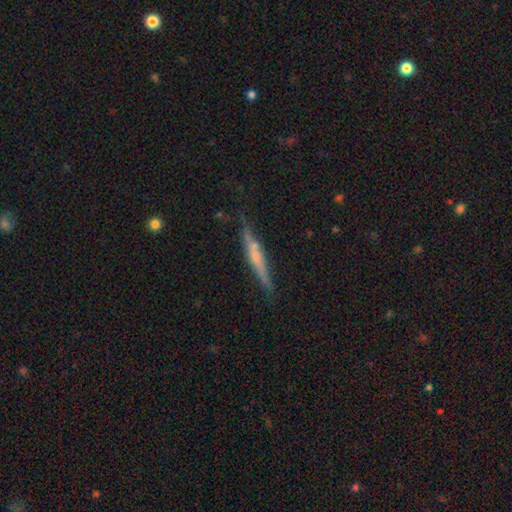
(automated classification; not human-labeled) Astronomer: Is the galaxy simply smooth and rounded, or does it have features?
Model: featured or disk — 56% (runner-up: smooth, 37%).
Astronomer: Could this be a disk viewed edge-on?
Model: yes — 95%.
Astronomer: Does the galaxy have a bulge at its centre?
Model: none — 43% (runner-up: rounded, 42%).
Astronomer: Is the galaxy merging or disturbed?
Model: none — 78%.